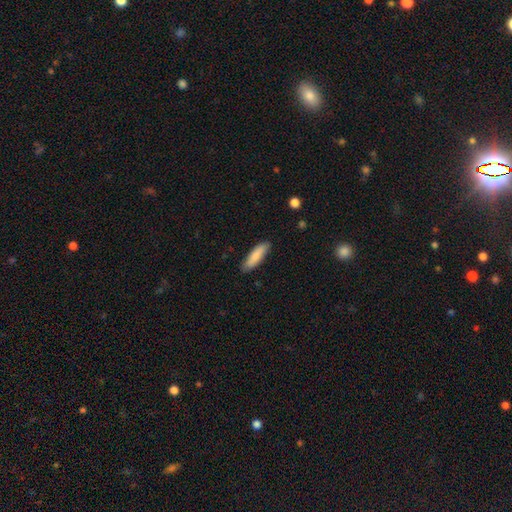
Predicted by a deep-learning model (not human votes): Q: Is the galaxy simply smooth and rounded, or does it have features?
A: smooth — 84%.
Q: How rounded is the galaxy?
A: cigar-shaped — 63%.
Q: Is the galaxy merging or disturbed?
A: none — 86%.